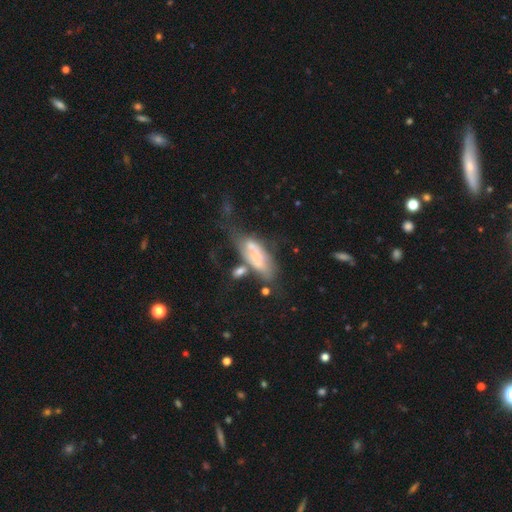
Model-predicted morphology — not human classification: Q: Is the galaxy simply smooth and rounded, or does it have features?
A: featured or disk — 49%.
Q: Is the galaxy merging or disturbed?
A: major disturbance — 30%.